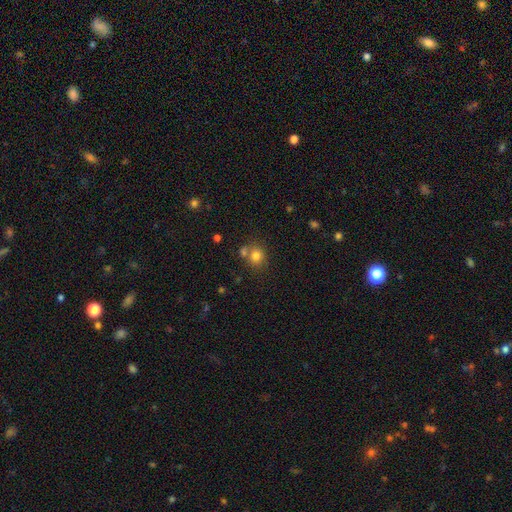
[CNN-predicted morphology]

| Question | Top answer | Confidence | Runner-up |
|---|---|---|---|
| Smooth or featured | smooth | 79% | star or artifact (12%) |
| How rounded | round | 79% | in between (20%) |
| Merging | none | 59% | merger (27%) |